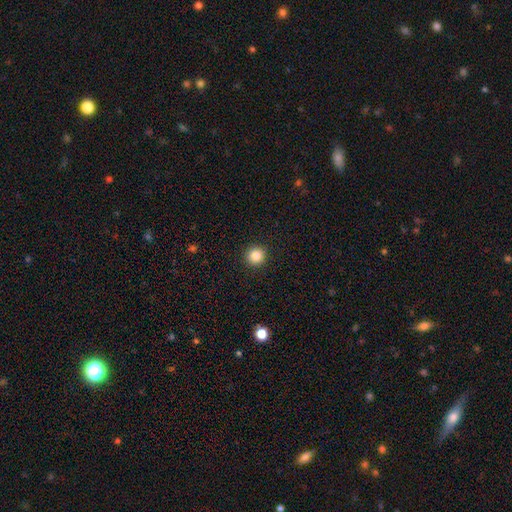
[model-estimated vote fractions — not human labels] Smooth or featured? Predicted: smooth (p=0.84). How rounded? Predicted: round (p=0.95). Merging? Predicted: none (p=0.93).